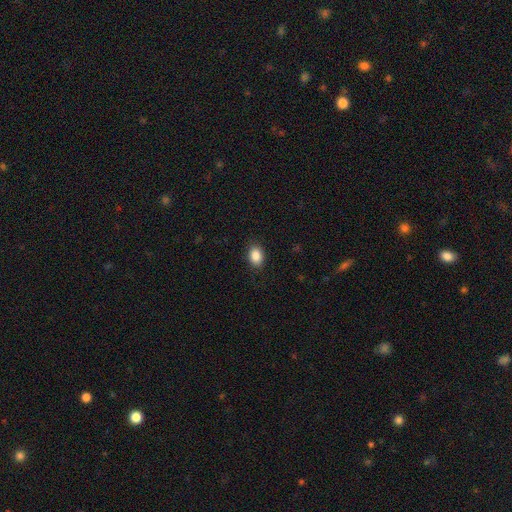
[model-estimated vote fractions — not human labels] smooth-or-featured: smooth: 88% | star or artifact: 9% | featured or disk: 4%
  how-rounded: in between: 72% | round: 27% | cigar-shaped: 1%
  merging: none: 87% | minor disturbance: 10% | major disturbance: 3% | merger: 1%